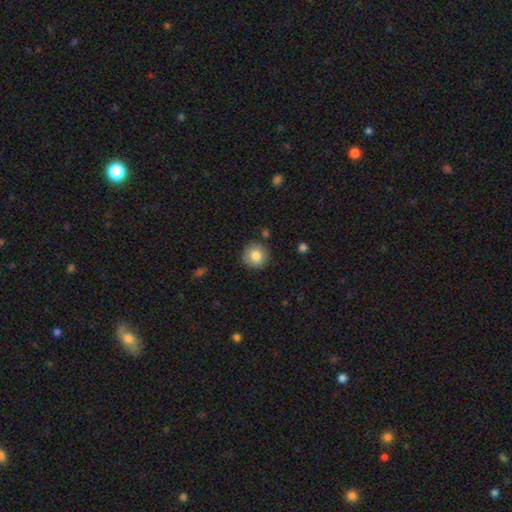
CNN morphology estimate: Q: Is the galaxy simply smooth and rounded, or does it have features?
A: smooth — 84%.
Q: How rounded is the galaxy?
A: round — 93%.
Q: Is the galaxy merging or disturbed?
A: none — 87%.